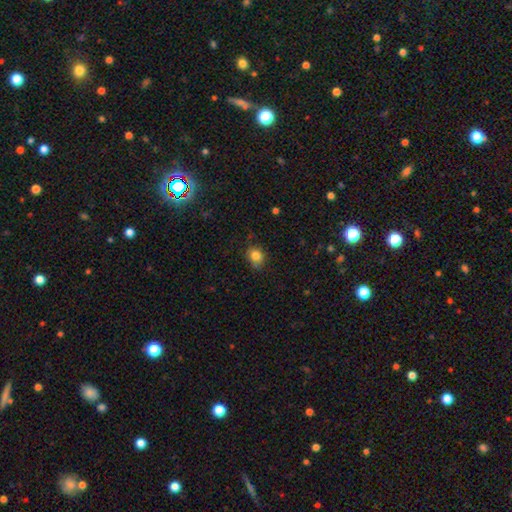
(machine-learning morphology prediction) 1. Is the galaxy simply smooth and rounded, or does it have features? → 83% smooth, 11% star or artifact, 7% featured or disk.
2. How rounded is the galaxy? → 57% round, 42% in between, 1% cigar-shaped.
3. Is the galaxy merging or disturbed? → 73% none, 21% minor disturbance, 4% major disturbance, 2% merger.